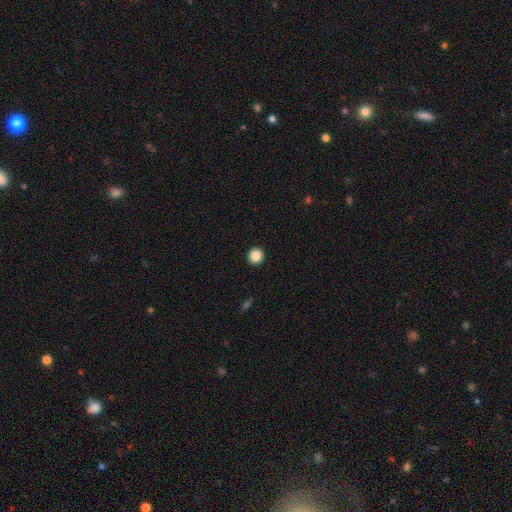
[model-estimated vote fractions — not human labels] Smooth or featured: smooth — 87% (star or artifact — 9%)
How rounded: round — 94% (in between — 5%)
Merging: none — 94% (minor disturbance — 4%)